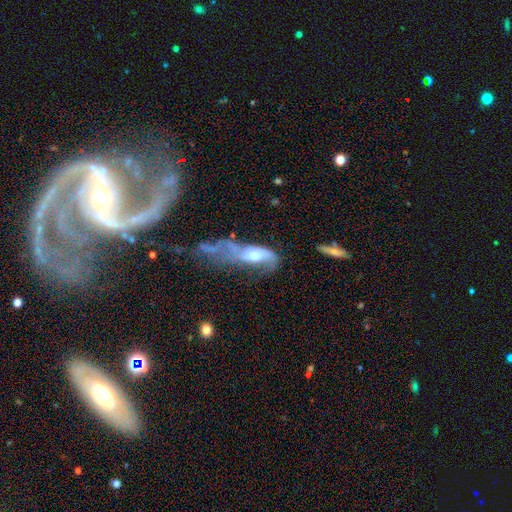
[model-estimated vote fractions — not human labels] This is possibly a featured or disk galaxy (60%). It is likely not viewed edge-on (80%). Merging: possibly major disturbance (48%).